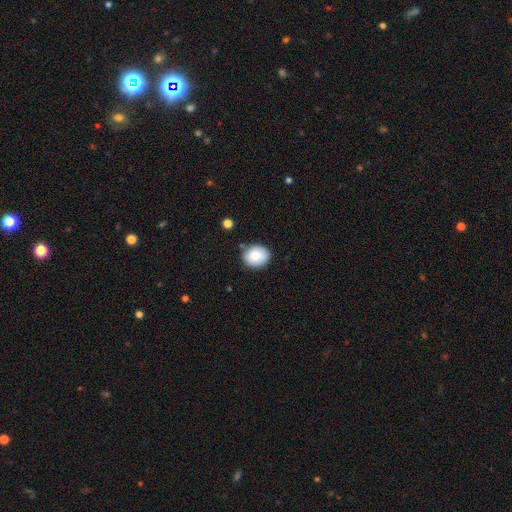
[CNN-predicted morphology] Smooth or featured? smooth (84%)
How rounded? round (65%)
Merging? none (82%)